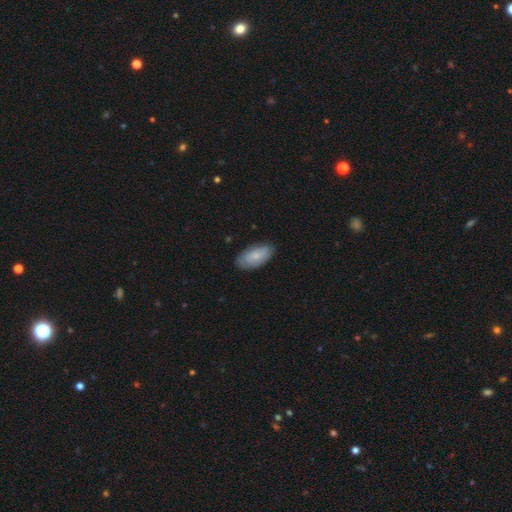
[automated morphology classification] Smooth or featured?
  - smooth: 73% *
  - featured or disk: 21%
  - star or artifact: 6%
How rounded?
  - in between: 93% *
  - cigar-shaped: 4%
  - round: 3%
Merging?
  - none: 82% *
  - minor disturbance: 14%
  - major disturbance: 3%
  - merger: 1%